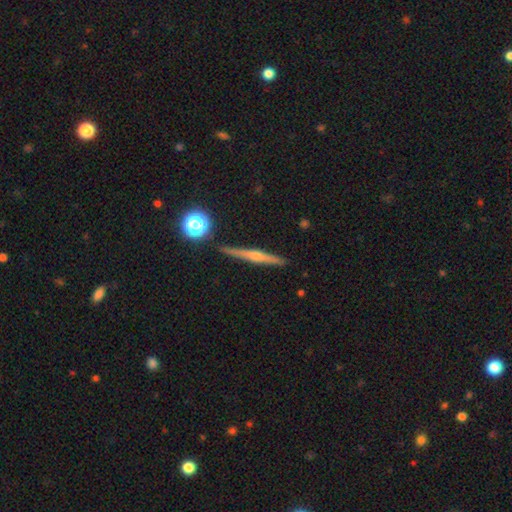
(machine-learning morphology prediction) A featured or disk galaxy (66%) viewed edge-on (98%) with a rounded central bulge (78%).

Vote fractions:
- Smooth or featured? featured or disk: 66% / smooth: 25% / star or artifact: 9%
- Edge-on disk? yes: 98% / no: 2%
- Edge-on bulge? rounded: 78% / none: 15% / boxy: 7%
- Merging? none: 91% / minor disturbance: 6% / merger: 2% / major disturbance: 1%